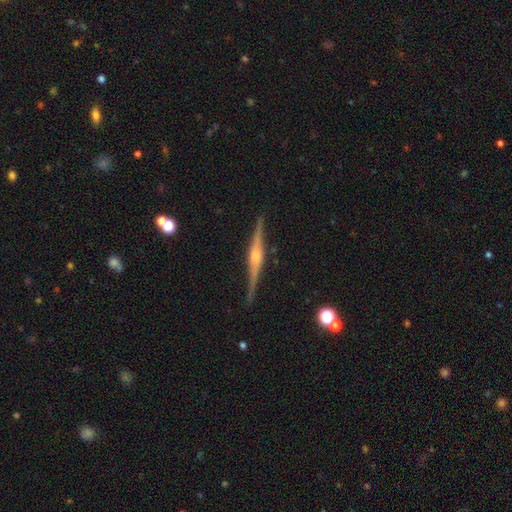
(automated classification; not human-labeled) The model was most divided on "edge-on bulge": rounded: 77%, boxy: 17%, none: 6%. More confident: edge-on disk — yes (98%); merging — none (90%); smooth or featured — featured or disk (86%).